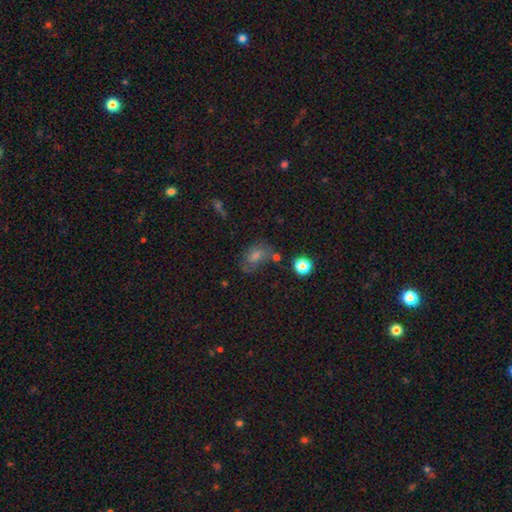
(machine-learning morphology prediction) The model was most divided on "smooth or featured": smooth: 52%, star or artifact: 27%, featured or disk: 21%. More confident: how rounded — in between (66%); merging — none (54%).